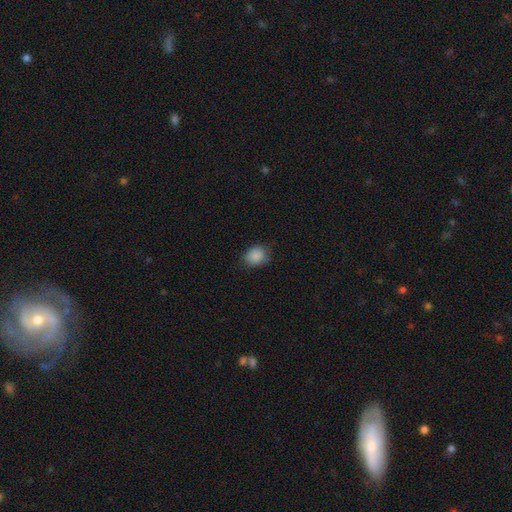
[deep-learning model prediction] Q: Smooth or featured?
A: smooth (88%); runner-up: star or artifact (8%)
Q: How rounded?
A: in between (53%); runner-up: round (46%)
Q: Merging?
A: none (77%); runner-up: minor disturbance (18%)